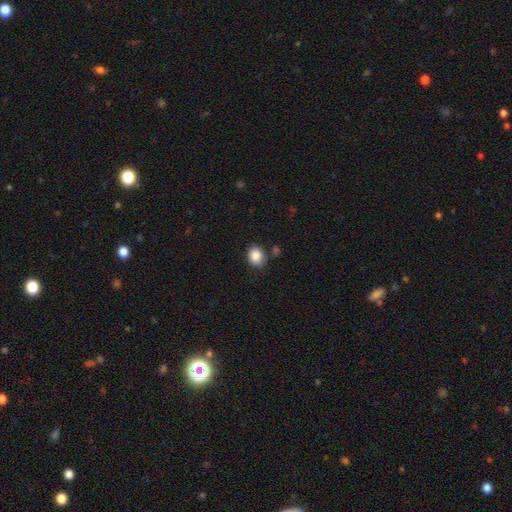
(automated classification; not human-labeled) smooth_or_featured: smooth (p=0.88) [alt: star or artifact p=0.08]
how_rounded: round (p=0.54) [alt: in between p=0.45]
merging: none (p=0.79) [alt: minor disturbance p=0.13]